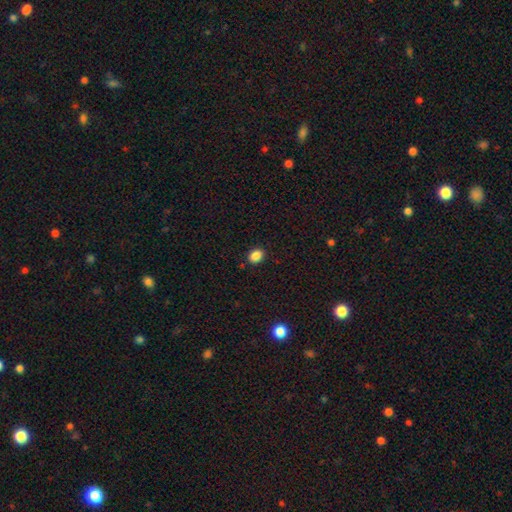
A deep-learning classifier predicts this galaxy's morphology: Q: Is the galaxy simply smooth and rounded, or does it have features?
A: smooth — 87%.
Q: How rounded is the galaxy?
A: in between — 62%.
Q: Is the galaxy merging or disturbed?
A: none — 89%.